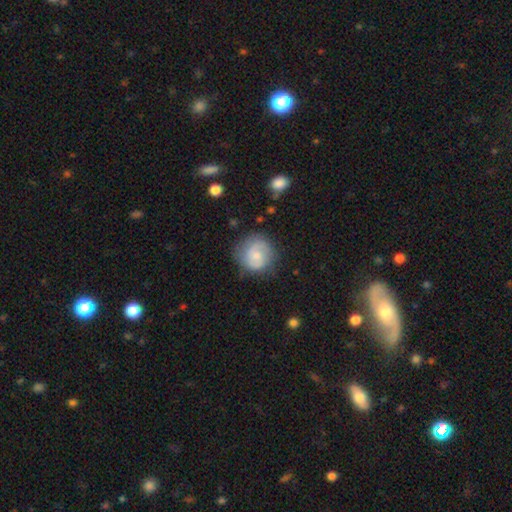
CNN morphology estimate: smooth-or-featured: featured or disk: 47% | smooth: 45% | star or artifact: 7%
  merging: none: 73% | minor disturbance: 18% | major disturbance: 7% | merger: 2%